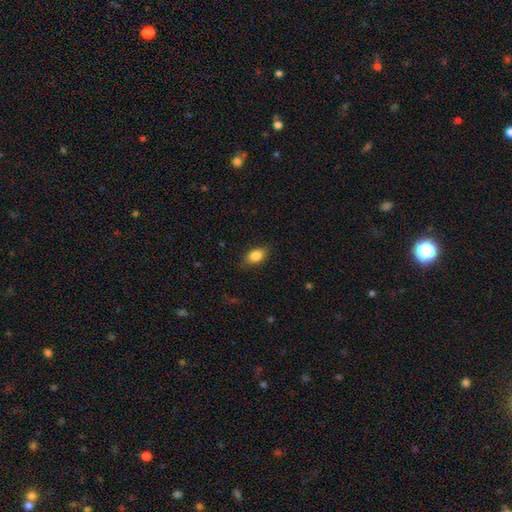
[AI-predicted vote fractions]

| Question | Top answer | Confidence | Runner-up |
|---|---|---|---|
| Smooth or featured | smooth | 84% | star or artifact (8%) |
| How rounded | in between | 82% | round (14%) |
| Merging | none | 83% | minor disturbance (13%) |